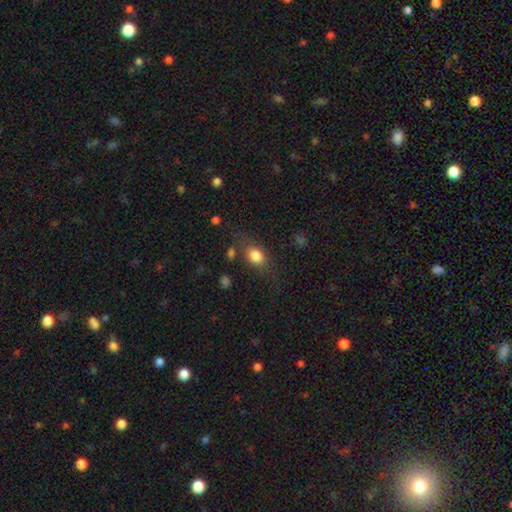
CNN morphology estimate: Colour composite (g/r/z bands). It shows a smooth galaxy with no disk features (79%) that is in between round and cigar-shaped (65%). Merging: none (67%).